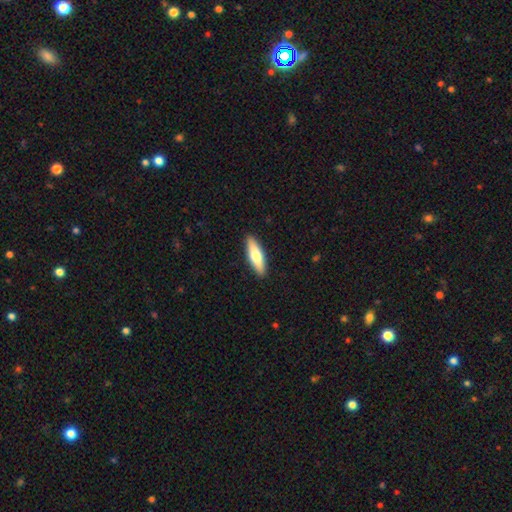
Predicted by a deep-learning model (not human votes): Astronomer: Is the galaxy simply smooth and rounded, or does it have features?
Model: smooth — 67%.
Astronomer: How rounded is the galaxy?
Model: cigar-shaped — 59% (runner-up: in between, 39%).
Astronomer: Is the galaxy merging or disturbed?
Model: none — 91%.